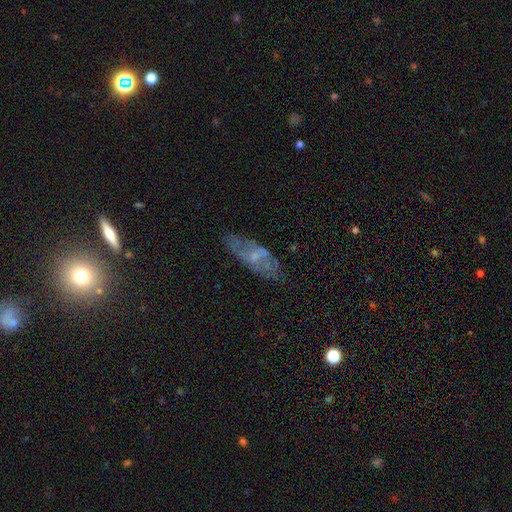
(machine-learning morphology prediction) The model was most divided on "smooth or featured": featured or disk: 54%, smooth: 36%, star or artifact: 10%. More confident: edge-on disk — no (76%); merging — none (68%).